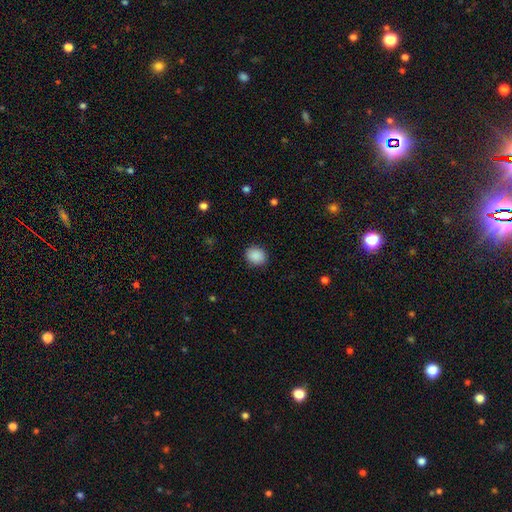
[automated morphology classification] Overall: smooth (89%). How rounded: round (62%; in between 37%). Merging: none (89%).